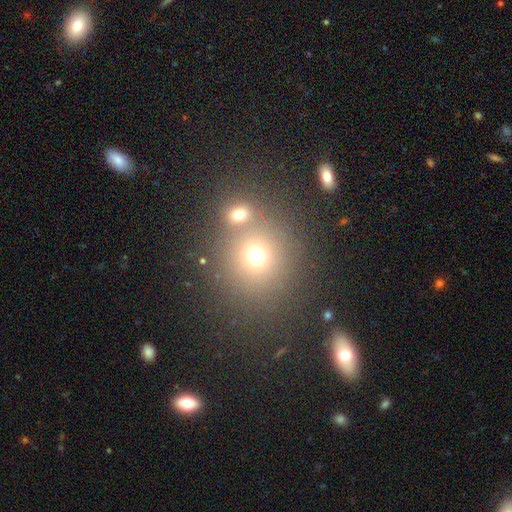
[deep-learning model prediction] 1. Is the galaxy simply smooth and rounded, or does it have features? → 69% smooth, 19% star or artifact, 12% featured or disk.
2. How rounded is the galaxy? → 84% round, 15% in between, 1% cigar-shaped.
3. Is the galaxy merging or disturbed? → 54% none, 34% merger, 8% minor disturbance, 4% major disturbance.